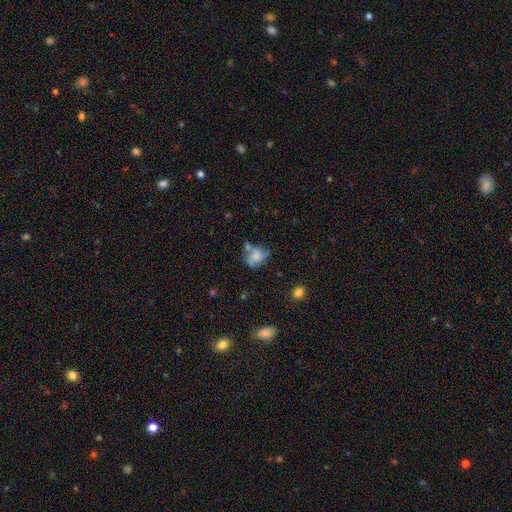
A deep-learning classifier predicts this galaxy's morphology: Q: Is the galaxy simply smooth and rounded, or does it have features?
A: smooth — 49%.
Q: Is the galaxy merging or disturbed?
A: none — 37%.